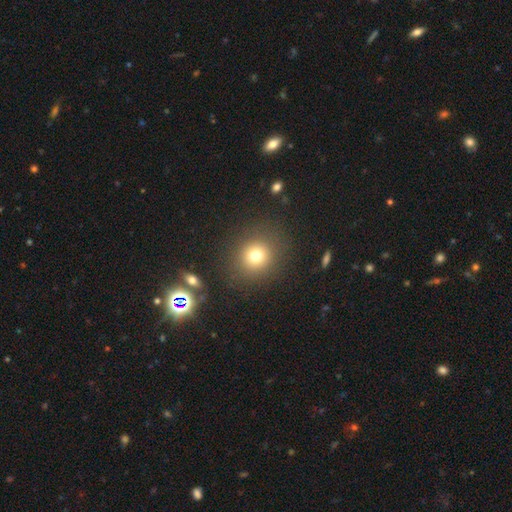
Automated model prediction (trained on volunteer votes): Smooth or featured: smooth — 75% (star or artifact — 15%)
How rounded: round — 84% (in between — 15%)
Merging: none — 86% (minor disturbance — 8%)